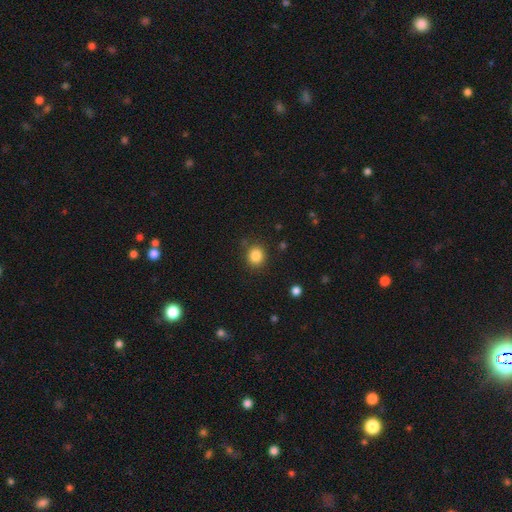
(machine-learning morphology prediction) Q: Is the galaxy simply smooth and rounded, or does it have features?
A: smooth — 84%.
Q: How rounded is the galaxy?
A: round — 83%.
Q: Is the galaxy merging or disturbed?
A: none — 86%.